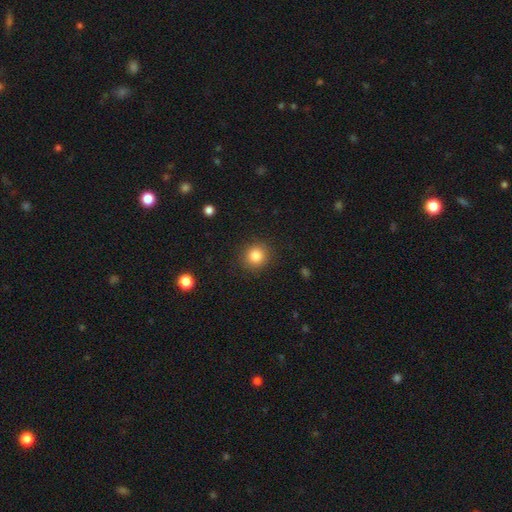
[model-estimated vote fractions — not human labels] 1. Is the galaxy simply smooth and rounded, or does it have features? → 84% smooth, 10% star or artifact, 6% featured or disk.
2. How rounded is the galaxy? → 91% round, 8% in between, 1% cigar-shaped.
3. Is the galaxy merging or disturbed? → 90% none, 7% minor disturbance, 2% major disturbance, 1% merger.